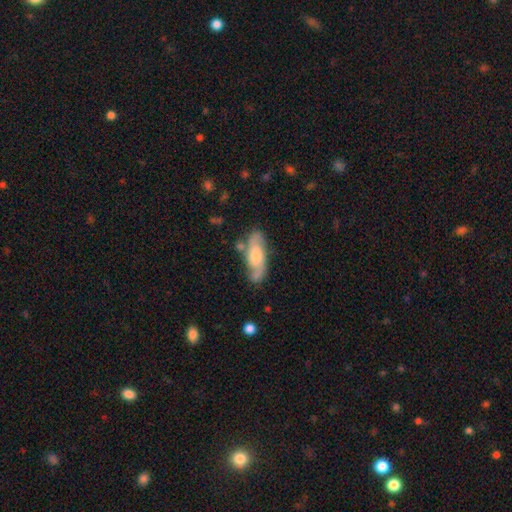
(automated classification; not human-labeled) Q: Smooth or featured?
A: featured or disk (61%); runner-up: smooth (32%)
Q: Edge-on disk?
A: no (82%); runner-up: yes (18%)
Q: Merging?
A: none (72%); runner-up: minor disturbance (18%)